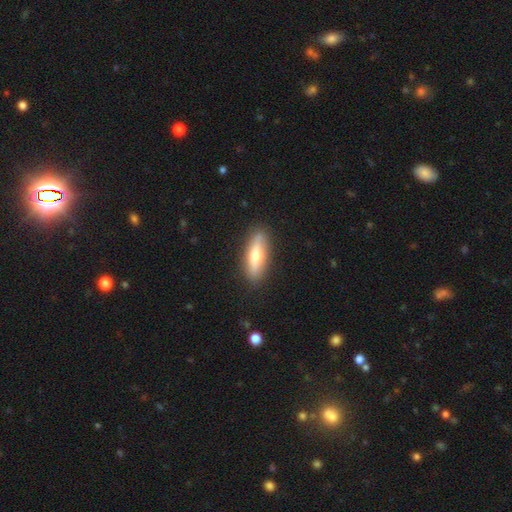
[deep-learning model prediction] Overall: smooth (56%; featured or disk 38%). How rounded: cigar-shaped (59%; in between 39%). Merging: none (87%).